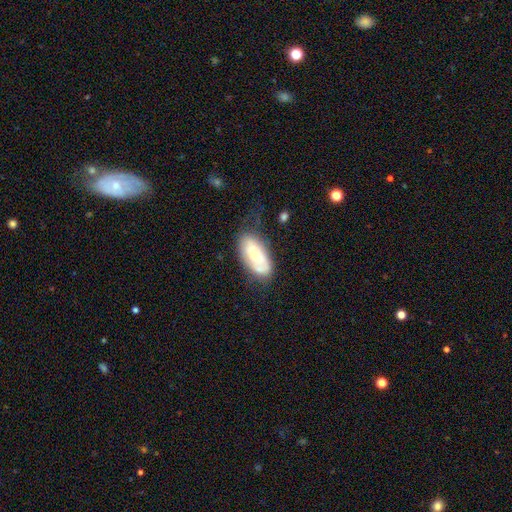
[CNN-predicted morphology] This appears to be a smooth galaxy with no disk features (57%) that is in between round and cigar-shaped (89%). Merging: none (55%).